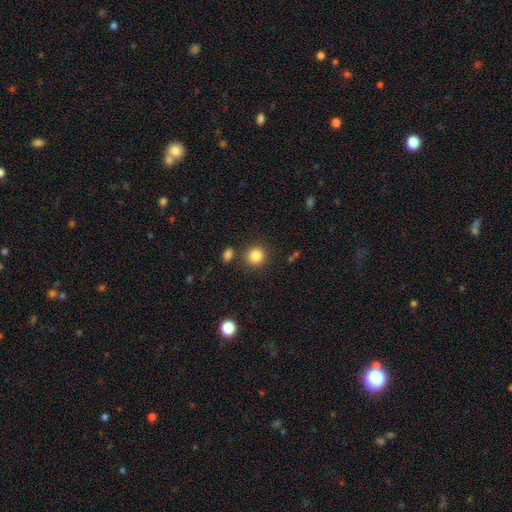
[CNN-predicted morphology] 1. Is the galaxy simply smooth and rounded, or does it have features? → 85% smooth, 10% star or artifact, 5% featured or disk.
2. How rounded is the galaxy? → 89% round, 10% in between, 1% cigar-shaped.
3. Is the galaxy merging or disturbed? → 85% none, 7% minor disturbance, 5% merger, 3% major disturbance.